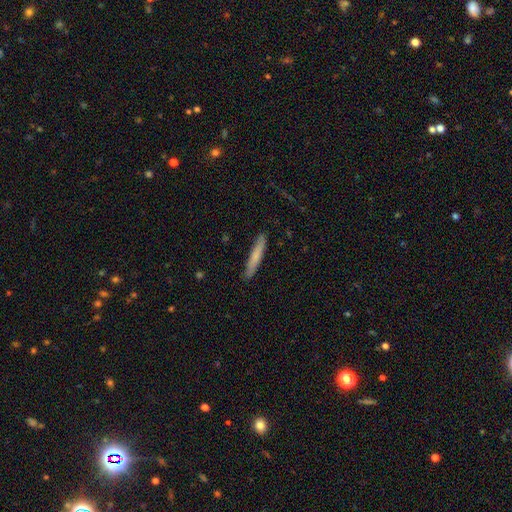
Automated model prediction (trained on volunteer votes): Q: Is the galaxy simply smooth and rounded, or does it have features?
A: smooth — 72%.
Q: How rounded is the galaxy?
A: cigar-shaped — 95%.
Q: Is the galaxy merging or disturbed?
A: none — 90%.